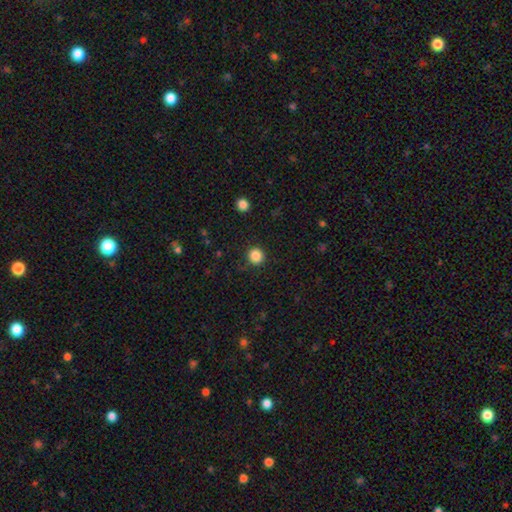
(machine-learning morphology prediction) smooth 85%, star or artifact 11%, featured or disk 4%. Down the decision tree: how rounded — round (94%); merging — none (90%).